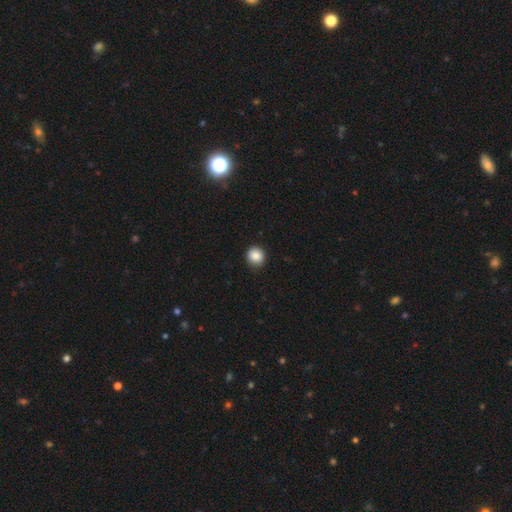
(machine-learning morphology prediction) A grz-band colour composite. It shows a smooth galaxy with no disk features (87%) that is round (88%). Merging: none (88%).